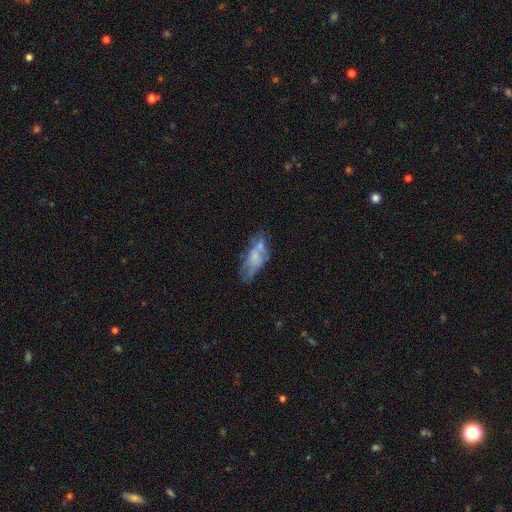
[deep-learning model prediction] smooth-or-featured: featured or disk: 46% | smooth: 45% | star or artifact: 9%
  merging: none: 39% | minor disturbance: 24% | merger: 20% | major disturbance: 17%